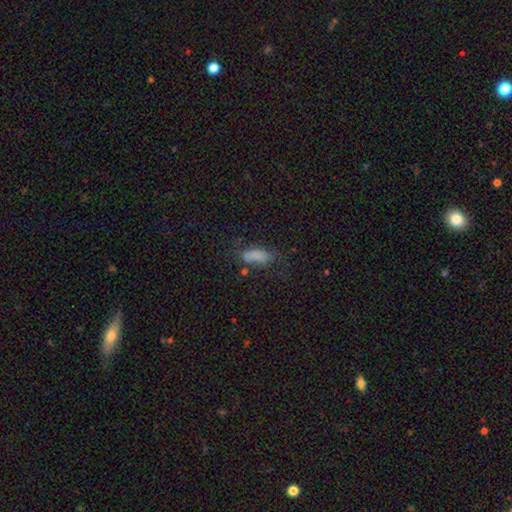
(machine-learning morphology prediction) type=smooth (76%); roundness=in between (81%); merging=none (47%).